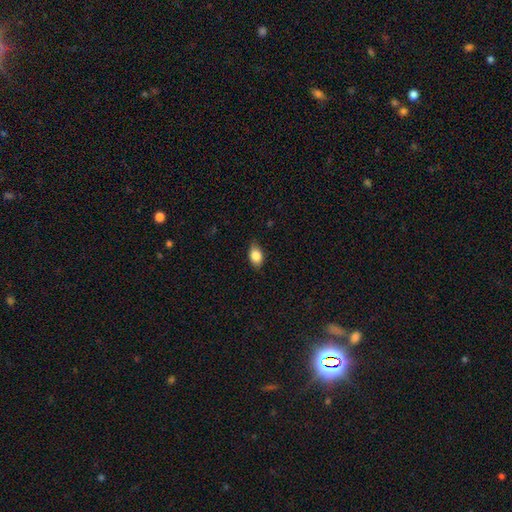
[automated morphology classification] smooth 85%, star or artifact 8%, featured or disk 7%. Down the decision tree: how rounded — in between (86%); merging — none (79%).